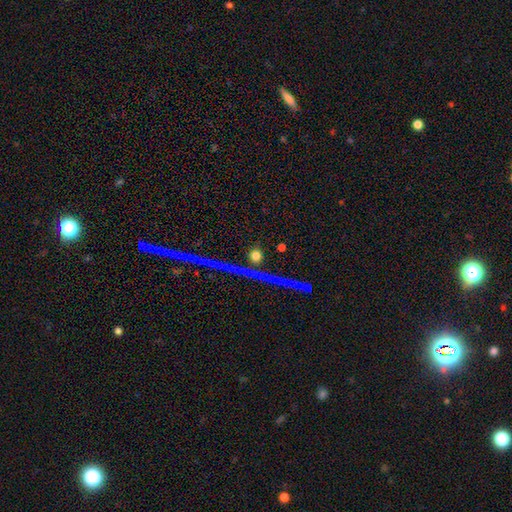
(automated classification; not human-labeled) smooth-or-featured: star or artifact: 43% (tied) | smooth: 43% (tied) | featured or disk: 14%